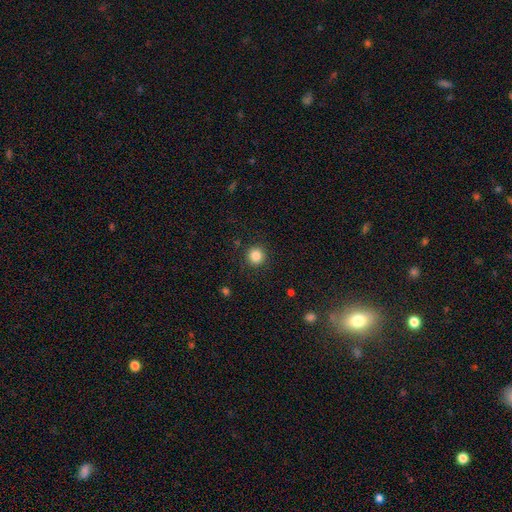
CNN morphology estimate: Smooth or featured: smooth — 85% (star or artifact — 11%)
How rounded: round — 94% (in between — 5%)
Merging: none — 90% (minor disturbance — 6%)